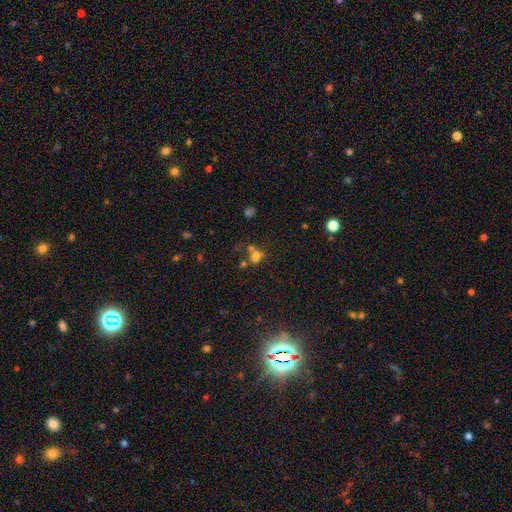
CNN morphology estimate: smooth_or_featured: smooth (p=0.63) [alt: star or artifact p=0.23]
how_rounded: in between (p=0.52) [alt: round p=0.46]
merging: merger (p=0.40) [alt: none p=0.37]